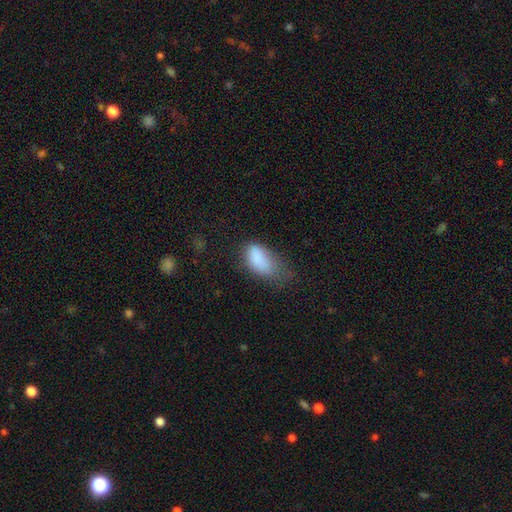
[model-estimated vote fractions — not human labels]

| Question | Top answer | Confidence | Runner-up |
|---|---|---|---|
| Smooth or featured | smooth | 82% | star or artifact (9%) |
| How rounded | in between | 92% | round (5%) |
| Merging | minor disturbance | 41% | none (29%) |